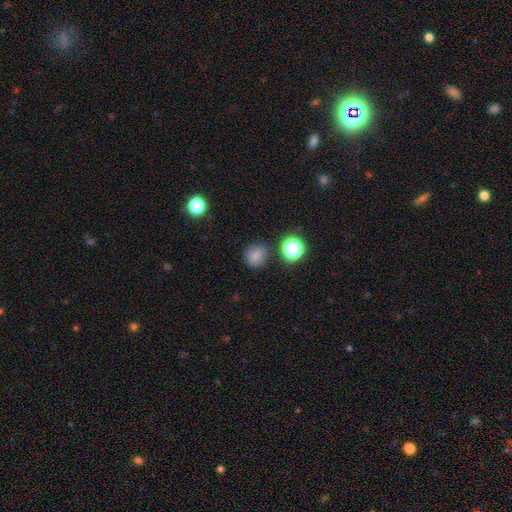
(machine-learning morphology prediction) This appears to be a smooth galaxy with no disk features (78%) that is round (82%). Merging: none (80%).